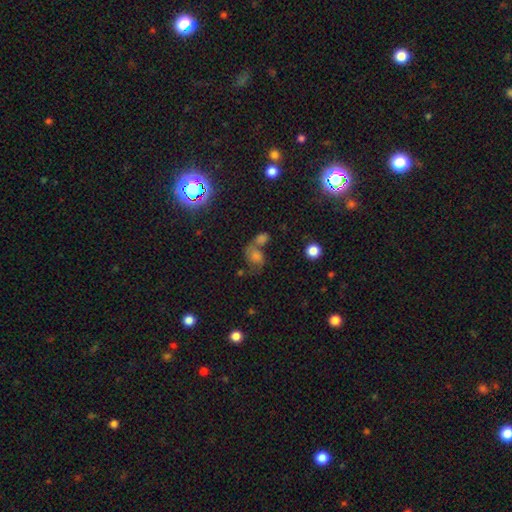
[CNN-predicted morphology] type=smooth (39%); merging=none (38%, tied with merger).